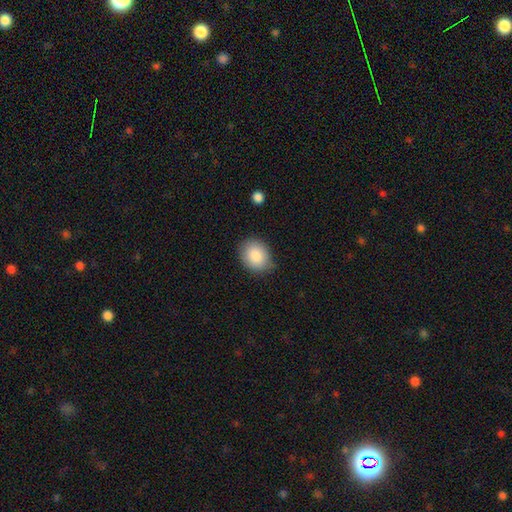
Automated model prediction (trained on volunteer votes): smooth 86%, star or artifact 7%, featured or disk 6%. Down the decision tree: how rounded — round (50%); merging — none (75%).